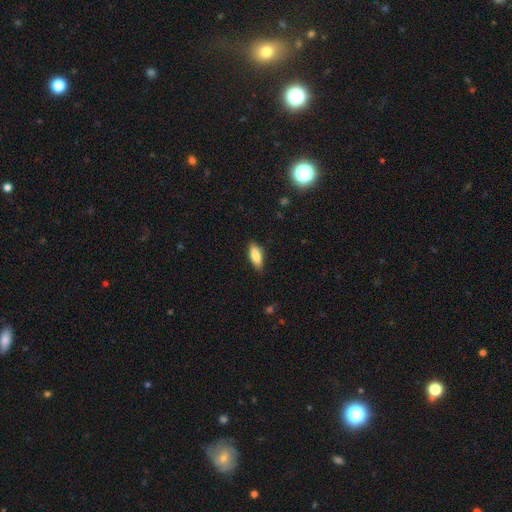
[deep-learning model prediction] Smooth or featured: smooth — 82% (featured or disk — 12%)
How rounded: in between — 71% (cigar-shaped — 27%)
Merging: none — 84% (minor disturbance — 12%)